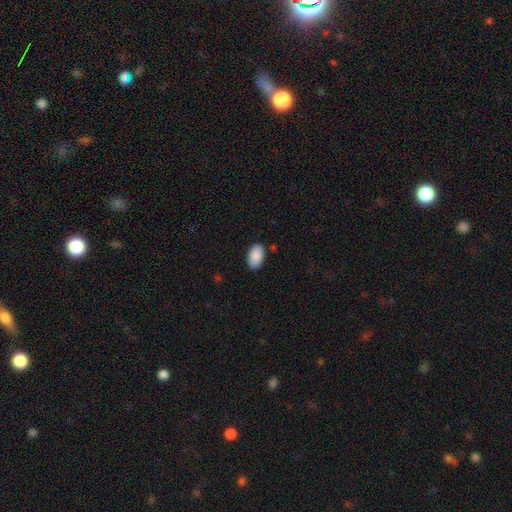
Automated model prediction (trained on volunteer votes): Morphology: type=smooth (90%); roundness=in between (95%); merging=none (86%).